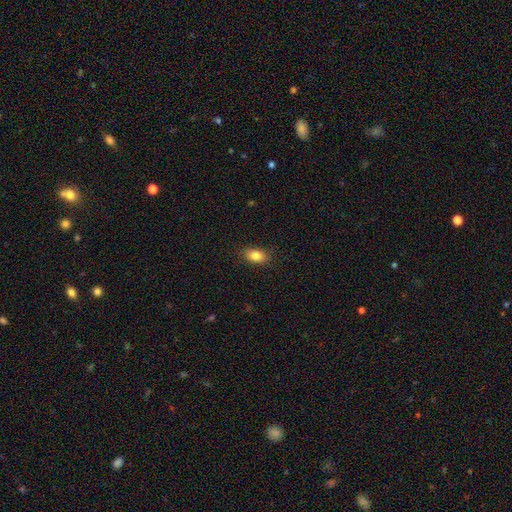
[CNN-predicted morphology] smooth_or_featured: smooth (p=0.84) [alt: star or artifact p=0.09]
how_rounded: in between (p=0.86) [alt: round p=0.11]
merging: none (p=0.85) [alt: minor disturbance p=0.11]